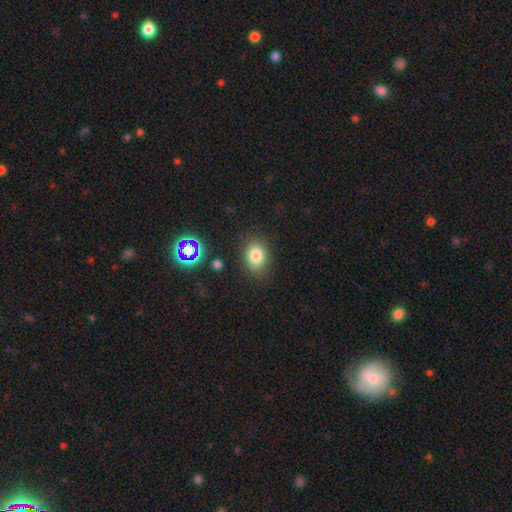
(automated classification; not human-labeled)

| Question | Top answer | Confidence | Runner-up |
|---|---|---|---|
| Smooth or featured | smooth | 79% | star or artifact (13%) |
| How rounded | in between | 65% | round (34%) |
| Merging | none | 82% | minor disturbance (12%) |